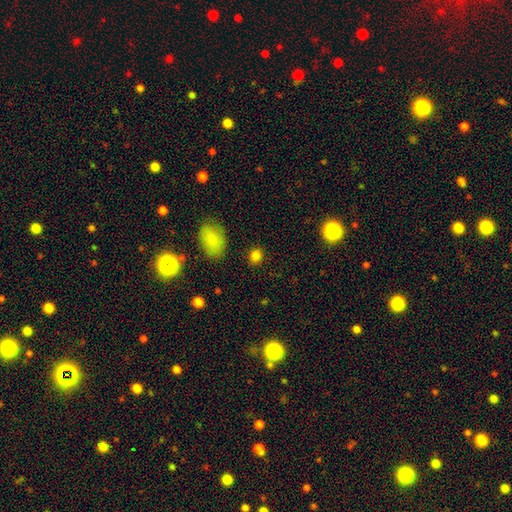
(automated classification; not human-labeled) This appears to be a smooth galaxy with no disk features (82%) that is round (63%). Merging: none (87%).